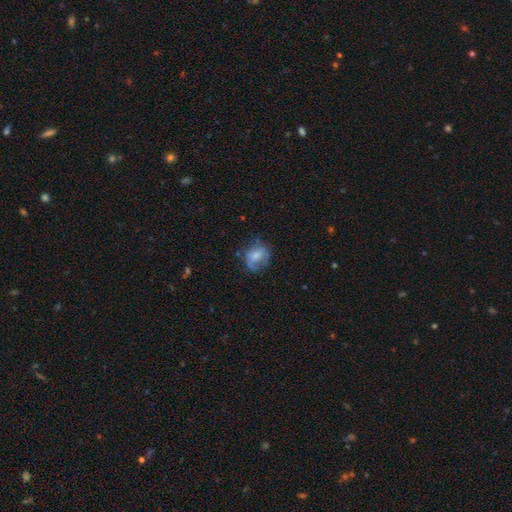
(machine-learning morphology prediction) Smooth or featured: smooth — 61% (featured or disk — 30%)
How rounded: round — 54% (in between — 45%)
Merging: none — 51% (minor disturbance — 28%)